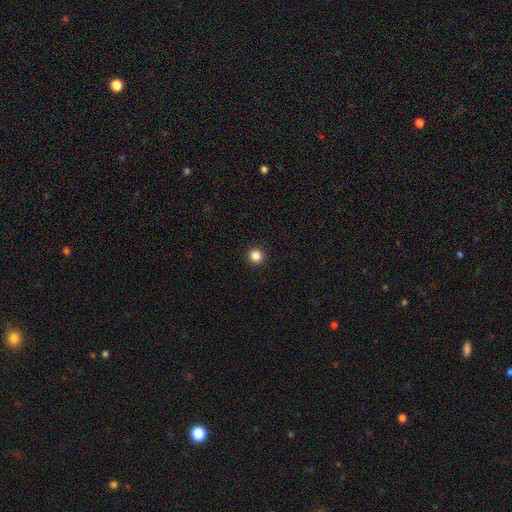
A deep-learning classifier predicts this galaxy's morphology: A smooth galaxy with no disk features (85%) that is round (96%).

Vote fractions:
- Smooth or featured? smooth: 85% / star or artifact: 11% / featured or disk: 3%
- How rounded? round: 96% / in between: 3% / cigar-shaped: 1%
- Merging? none: 94% / minor disturbance: 4% / major disturbance: 2% / merger: 1%